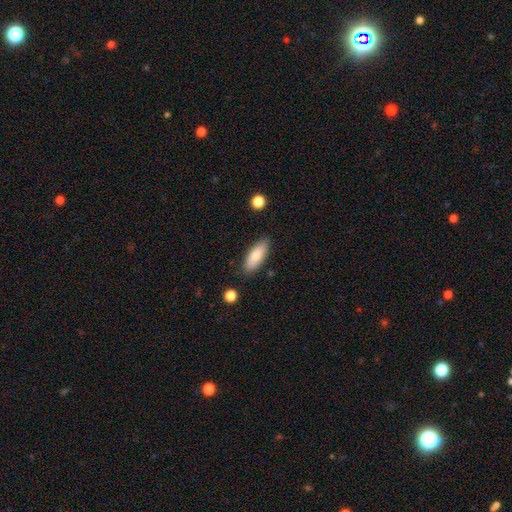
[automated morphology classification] Smooth or featured?
  - smooth: 80% *
  - featured or disk: 14%
  - star or artifact: 6%
How rounded?
  - in between: 74% *
  - cigar-shaped: 24%
  - round: 2%
Merging?
  - none: 84% *
  - minor disturbance: 12%
  - major disturbance: 2%
  - merger: 2%